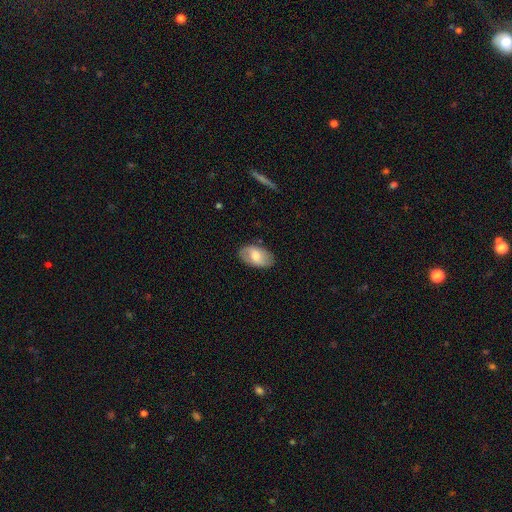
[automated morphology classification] Smooth or featured: smooth — 60% (featured or disk — 33%)
How rounded: in between — 92% (round — 6%)
Merging: none — 81% (minor disturbance — 14%)